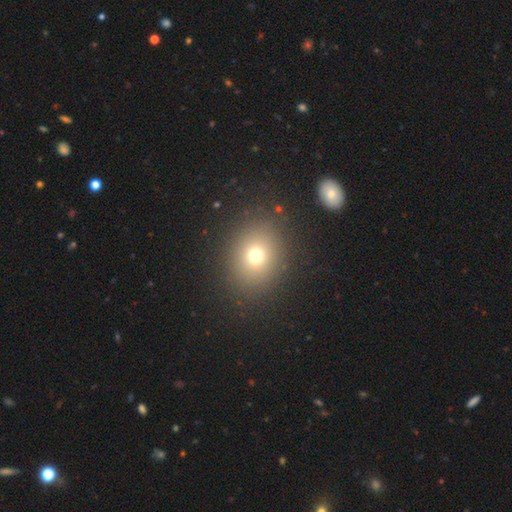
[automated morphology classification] Smooth or featured? Predicted: smooth (p=0.71). How rounded? Predicted: round (p=0.68). Merging? Predicted: none (p=0.87).